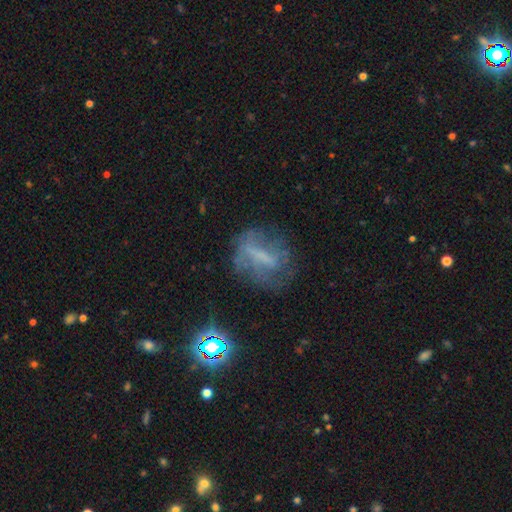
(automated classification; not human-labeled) Smooth or featured: featured or disk — 49% (smooth — 28%)
Merging: none — 60% (minor disturbance — 20%)